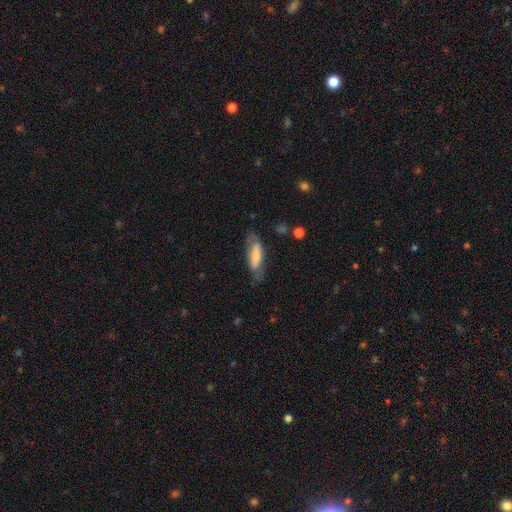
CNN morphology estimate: A smooth galaxy with no disk features (58%) that is in between round and cigar-shaped (55%).

Vote fractions:
- Smooth or featured? smooth: 58% / featured or disk: 36% / star or artifact: 6%
- How rounded? in between: 55% / cigar-shaped: 44% / round: 2%
- Merging? none: 66% / minor disturbance: 22% / major disturbance: 10% / merger: 2%